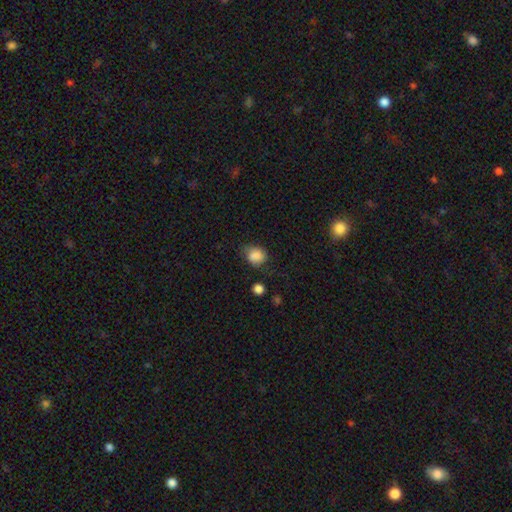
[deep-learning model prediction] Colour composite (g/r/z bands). It shows a smooth galaxy with no disk features (84%) that is round (62%). Merging: none (62%).